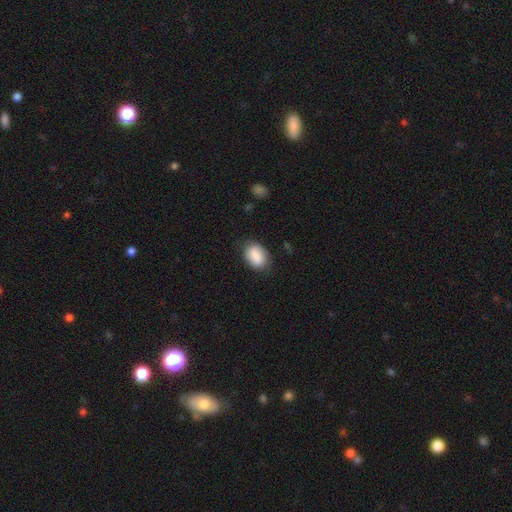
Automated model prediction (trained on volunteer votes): smooth-or-featured: smooth: 85% | featured or disk: 9% | star or artifact: 7%
  how-rounded: in between: 84% | round: 15% | cigar-shaped: 1%
  merging: none: 75% | minor disturbance: 19% | major disturbance: 4% | merger: 1%